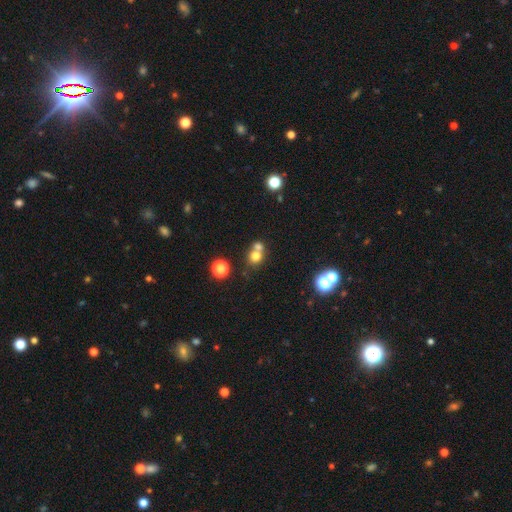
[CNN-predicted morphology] Smooth or featured? Predicted: smooth (p=0.73). How rounded? Predicted: round (p=0.81). Merging? Predicted: merger (p=0.49).